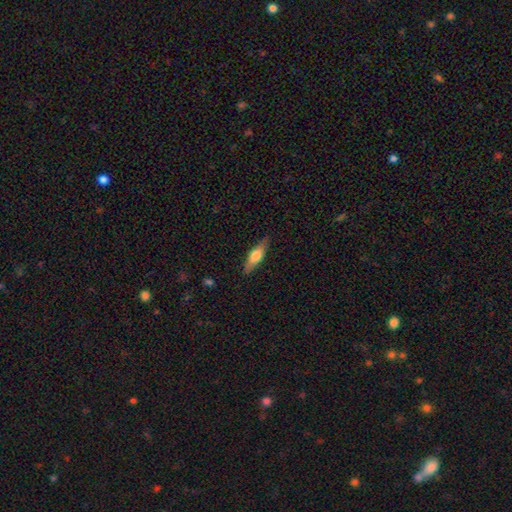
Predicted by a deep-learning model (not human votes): The model was most divided on "smooth or featured": smooth: 51%, featured or disk: 43%, star or artifact: 6%. More confident: merging — none (86%); how rounded — cigar-shaped (58%).